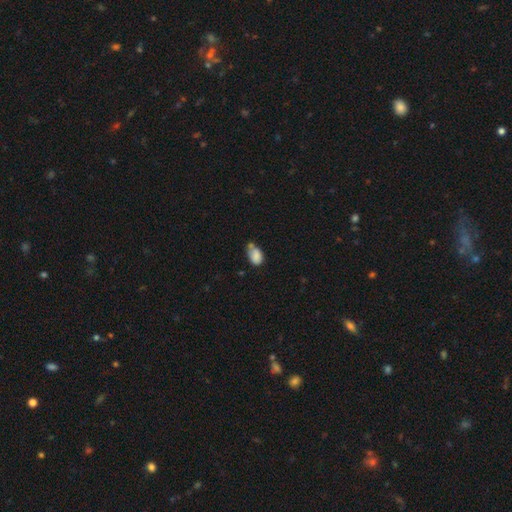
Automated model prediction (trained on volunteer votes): The model was most divided on "merging": none: 37%, minor disturbance: 29%, merger: 26%, major disturbance: 9%. More confident: how rounded — in between (83%); smooth or featured — smooth (81%).